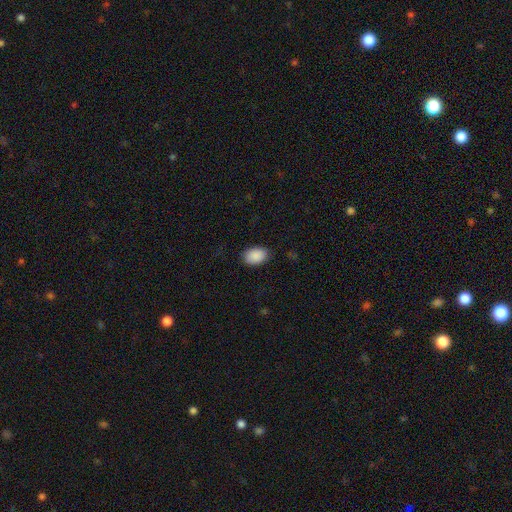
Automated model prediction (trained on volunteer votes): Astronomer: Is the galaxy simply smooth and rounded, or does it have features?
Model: smooth — 90%.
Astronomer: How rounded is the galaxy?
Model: in between — 85%.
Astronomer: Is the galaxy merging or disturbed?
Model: none — 85%.